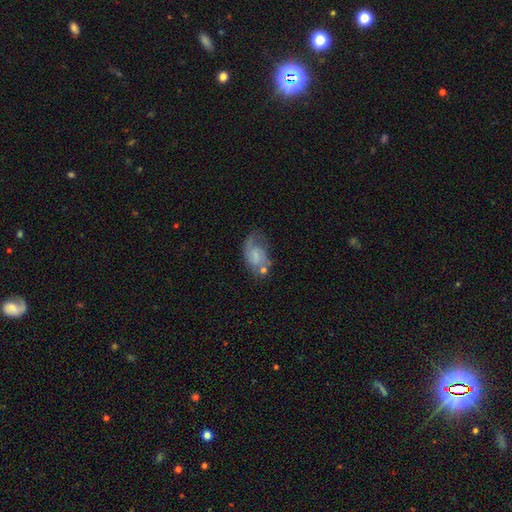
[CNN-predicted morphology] The model was most divided on "smooth or featured": featured or disk: 52%, smooth: 39%, star or artifact: 9%. Remaining: edge-on disk — no (96%); merging — none (41%).